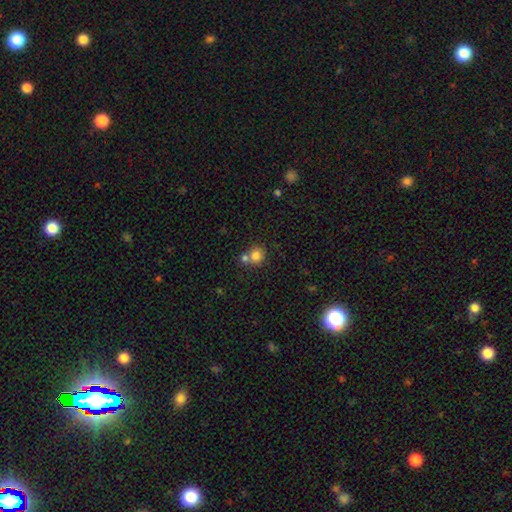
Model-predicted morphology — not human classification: smooth_or_featured: smooth (p=0.81) [alt: star or artifact p=0.11]
how_rounded: round (p=0.87) [alt: in between p=0.12]
merging: none (p=0.52) [alt: merger p=0.37]